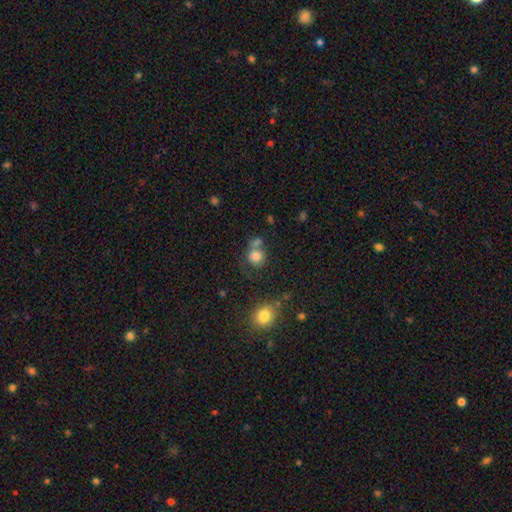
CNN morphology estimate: type=smooth (81%); roundness=round (85%); merging=none (53%).